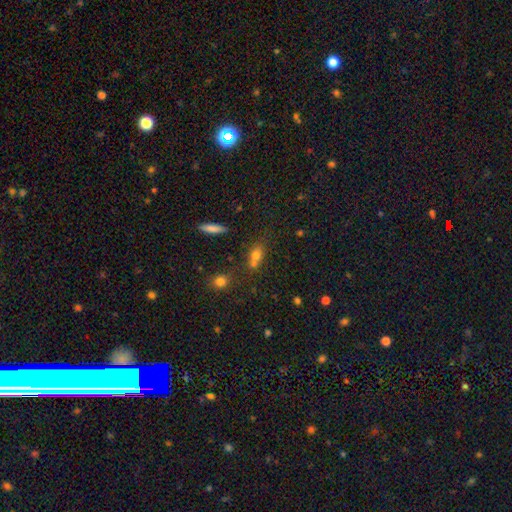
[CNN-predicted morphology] smooth_or_featured: smooth (p=0.69) [alt: star or artifact p=0.16]
how_rounded: in between (p=0.54) [alt: round p=0.35]
merging: none (p=0.42) [alt: merger p=0.40]